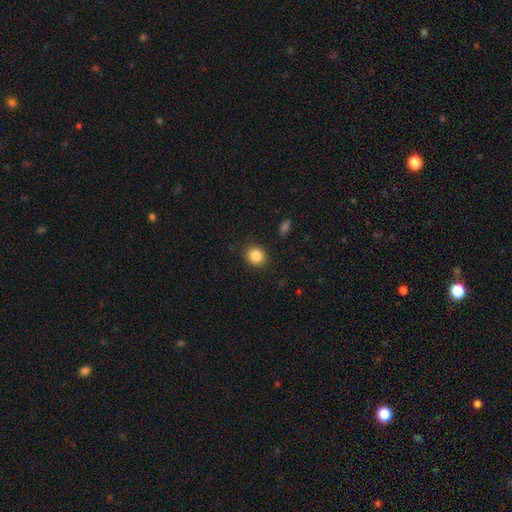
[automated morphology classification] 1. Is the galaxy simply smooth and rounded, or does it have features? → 85% smooth, 10% star or artifact, 5% featured or disk.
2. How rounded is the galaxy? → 81% round, 18% in between, 1% cigar-shaped.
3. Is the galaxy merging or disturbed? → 89% none, 8% minor disturbance, 2% major disturbance, 1% merger.